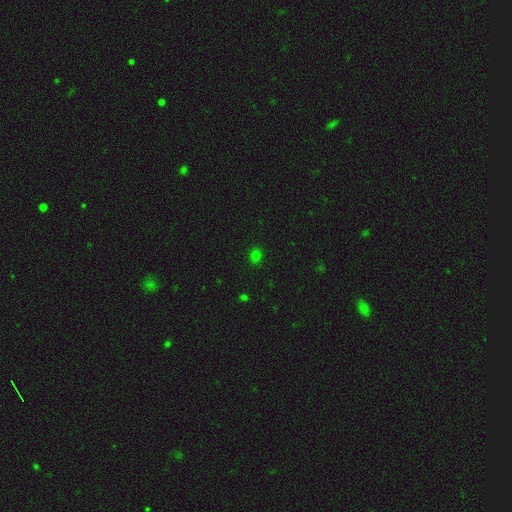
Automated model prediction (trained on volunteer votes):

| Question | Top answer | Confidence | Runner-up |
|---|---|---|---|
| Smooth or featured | smooth | 75% | star or artifact (21%) |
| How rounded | round | 78% | in between (21%) |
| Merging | none | 90% | minor disturbance (7%) |